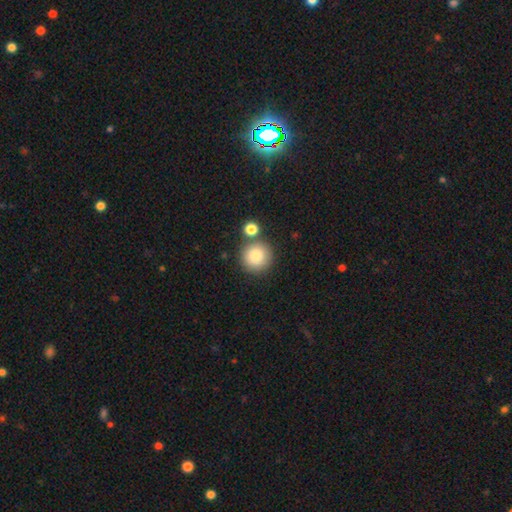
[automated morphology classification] smooth 84%, star or artifact 9%, featured or disk 7%. Down the decision tree: how rounded — round (94%); merging — none (75%).